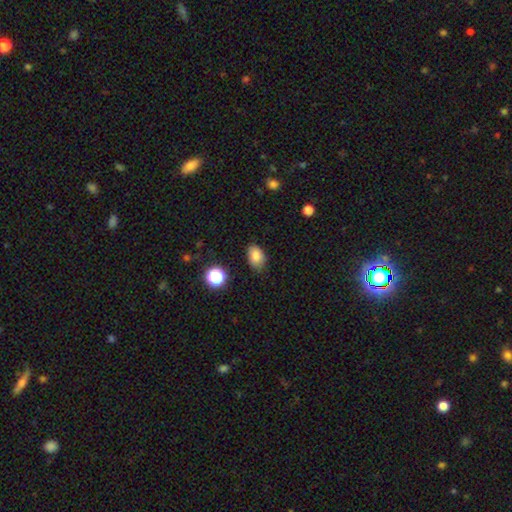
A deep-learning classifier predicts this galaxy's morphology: smooth 82%, star or artifact 11%, featured or disk 7%. Down the decision tree: how rounded — in between (82%); merging — none (76%).